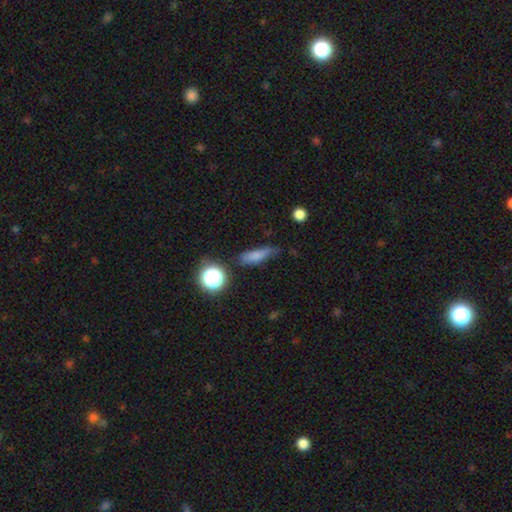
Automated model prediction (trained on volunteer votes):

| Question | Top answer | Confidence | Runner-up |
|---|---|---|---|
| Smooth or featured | smooth | 71% | featured or disk (15%) |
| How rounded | cigar-shaped | 50% | in between (39%) |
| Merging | none | 58% | minor disturbance (29%) |